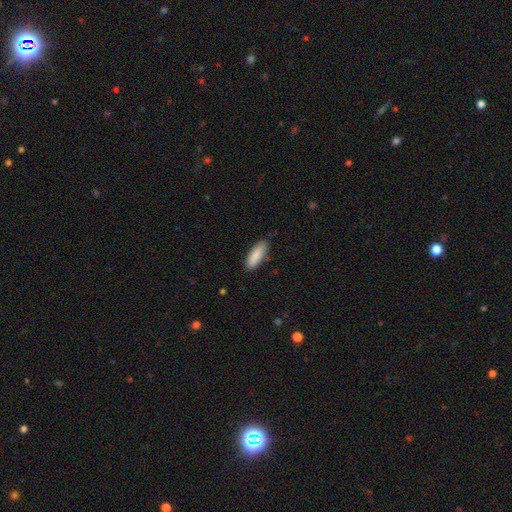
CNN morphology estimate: Smooth or featured? smooth (88%)
How rounded? in between (56%)
Merging? none (83%)